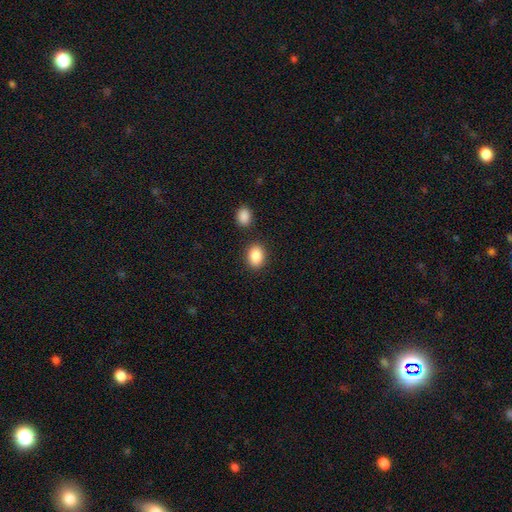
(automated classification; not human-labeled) A smooth galaxy with no disk features (88%) that is in between round and cigar-shaped (67%).

Vote fractions:
- Smooth or featured? smooth: 88% / star or artifact: 8% / featured or disk: 5%
- How rounded? in between: 67% / round: 32% / cigar-shaped: 1%
- Merging? none: 82% / minor disturbance: 9% / merger: 6% / major disturbance: 3%